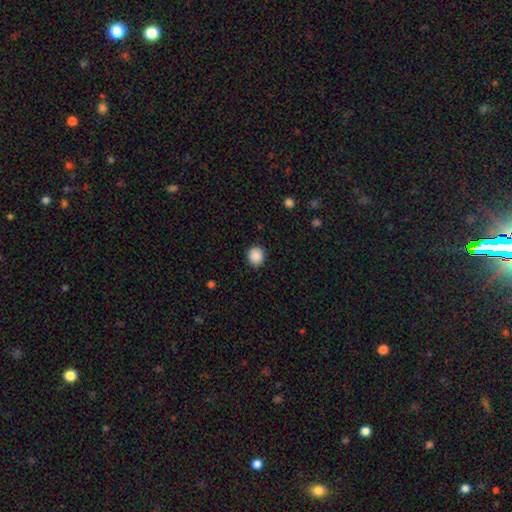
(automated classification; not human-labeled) Morphology: type=smooth (89%); roundness=round (86%); merging=none (90%).